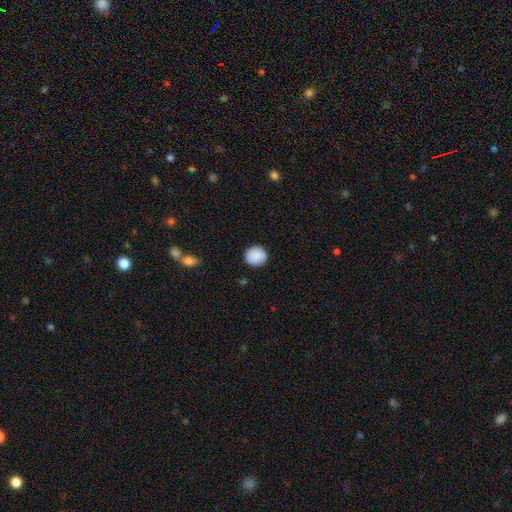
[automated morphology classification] A smooth galaxy with no disk features (89%) that is round (88%). Merging: none (87%).